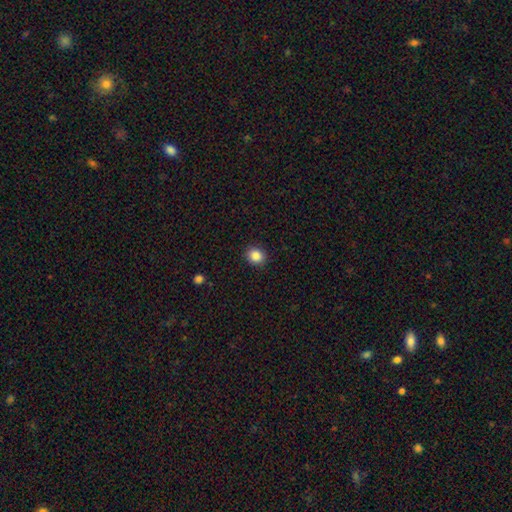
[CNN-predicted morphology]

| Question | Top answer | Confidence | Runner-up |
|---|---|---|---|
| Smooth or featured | smooth | 86% | star or artifact (10%) |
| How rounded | round | 76% | in between (23%) |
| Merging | none | 91% | minor disturbance (6%) |